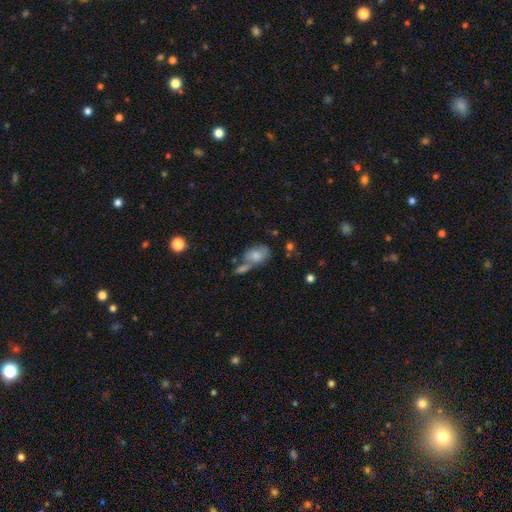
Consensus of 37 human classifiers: A smooth galaxy with no disk features (84%) that is in between round and cigar-shaped (84%).

Vote fractions:
- Smooth or featured? smooth: 84% / featured or disk: 14% / star or artifact: 3%
- How rounded? in between: 84% / round: 13% / cigar-shaped: 3%
- Merging? none: 36% (tied) / merger: 36% (tied) / minor disturbance: 17% / major disturbance: 11%